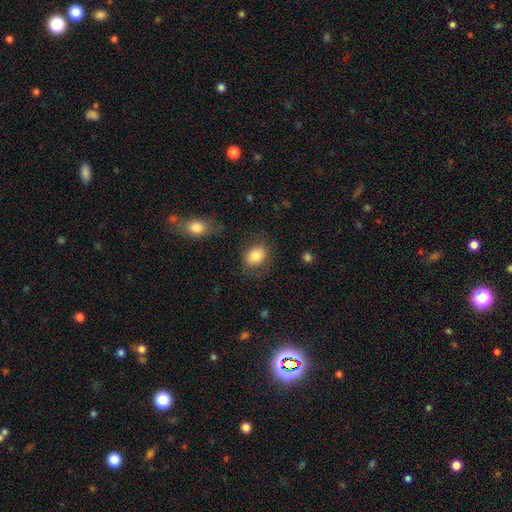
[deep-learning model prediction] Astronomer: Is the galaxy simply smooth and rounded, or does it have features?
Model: smooth — 83%.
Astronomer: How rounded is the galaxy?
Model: in between — 60% (runner-up: round, 39%).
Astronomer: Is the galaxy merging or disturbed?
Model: none — 77%.